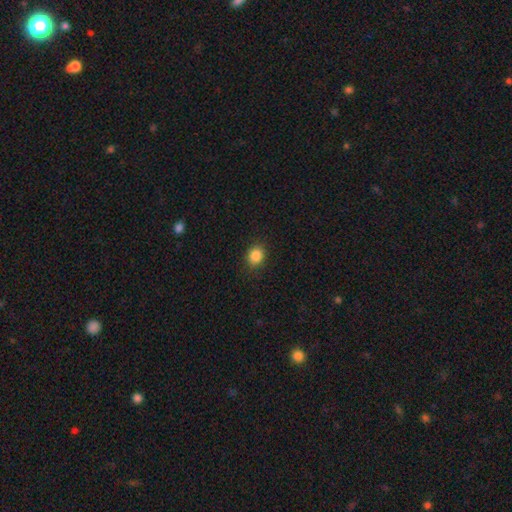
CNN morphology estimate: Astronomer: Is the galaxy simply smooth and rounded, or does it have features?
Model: smooth — 86%.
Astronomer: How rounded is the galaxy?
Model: round — 67%.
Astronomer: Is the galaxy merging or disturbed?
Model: none — 89%.